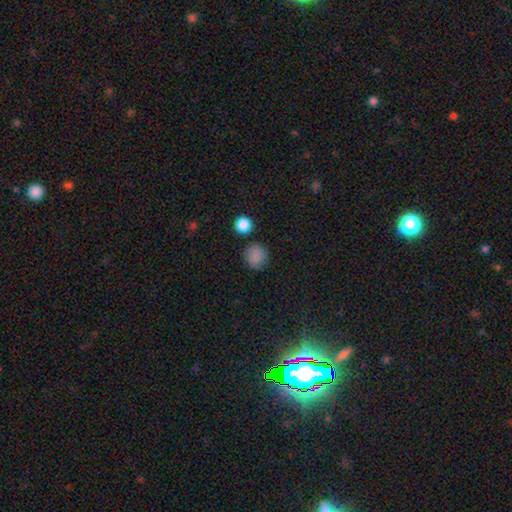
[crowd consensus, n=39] A smooth galaxy with no disk features (95%) that is round (89%). Merging: none (78%).